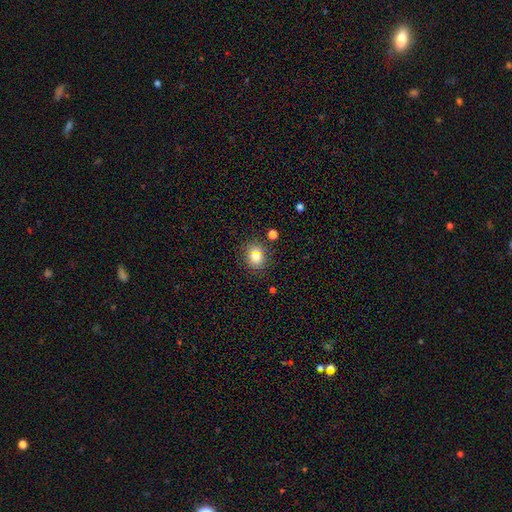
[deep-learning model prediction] Smooth or featured: smooth — 77% (star or artifact — 14%)
How rounded: round — 74% (in between — 25%)
Merging: none — 80% (minor disturbance — 11%)